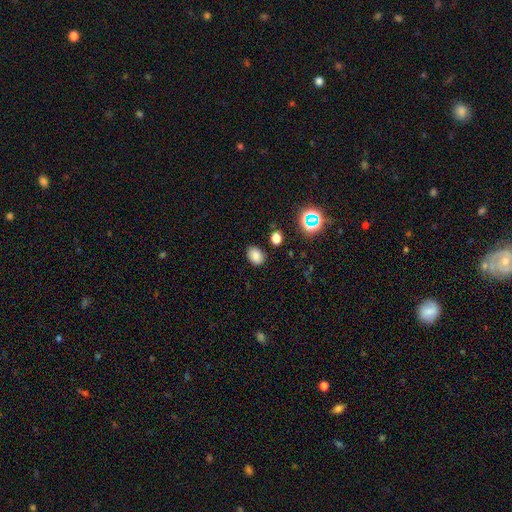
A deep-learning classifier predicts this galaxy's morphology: Overall: smooth (80%). How rounded: in between (69%; round 30%). Merging: none (85%).